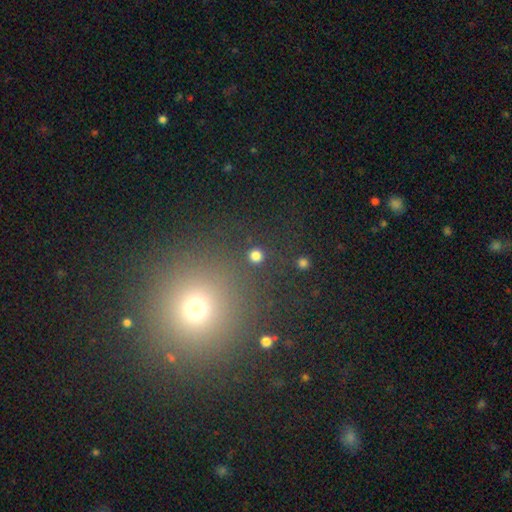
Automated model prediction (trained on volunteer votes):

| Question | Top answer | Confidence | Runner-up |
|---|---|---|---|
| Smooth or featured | smooth | 80% | star or artifact (16%) |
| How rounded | round | 94% | in between (5%) |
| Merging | none | 90% | minor disturbance (5%) |